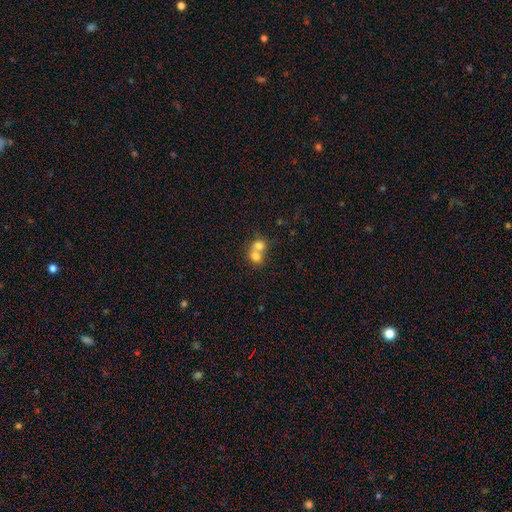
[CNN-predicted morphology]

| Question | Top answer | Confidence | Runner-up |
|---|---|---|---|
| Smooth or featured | smooth | 73% | featured or disk (18%) |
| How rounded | round | 67% | in between (32%) |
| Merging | merger | 75% | none (19%) |